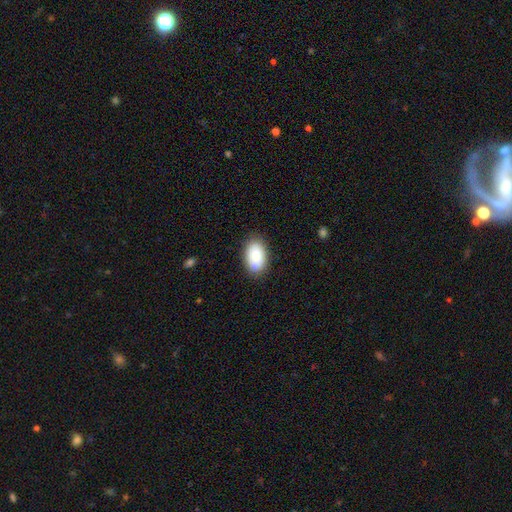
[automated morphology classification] Smooth or featured: smooth — 79% (featured or disk — 14%)
How rounded: in between — 92% (round — 7%)
Merging: none — 86% (minor disturbance — 10%)